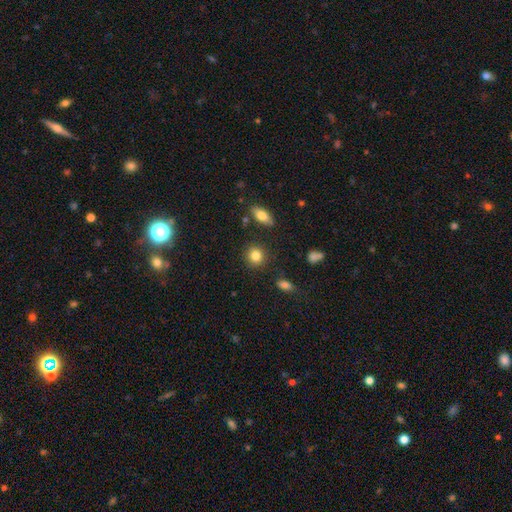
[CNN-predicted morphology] Smooth or featured? smooth (85%)
How rounded? round (84%)
Merging? none (88%)